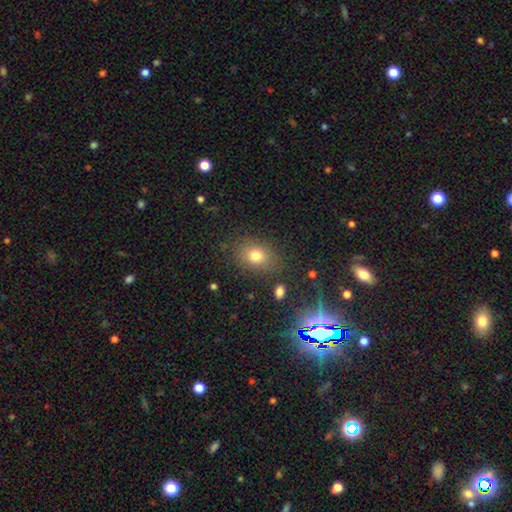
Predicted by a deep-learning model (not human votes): smooth 76%, star or artifact 13%, featured or disk 11%. Down the decision tree: how rounded — in between (63%); merging — none (81%).